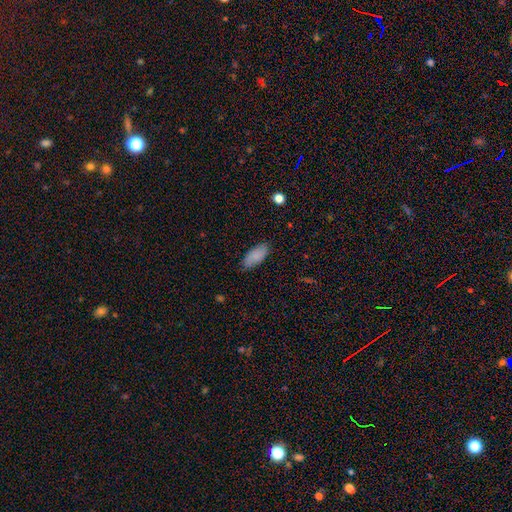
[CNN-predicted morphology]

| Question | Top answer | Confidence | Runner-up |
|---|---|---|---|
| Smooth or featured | smooth | 84% | featured or disk (9%) |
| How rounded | in between | 90% | cigar-shaped (8%) |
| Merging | none | 80% | minor disturbance (16%) |